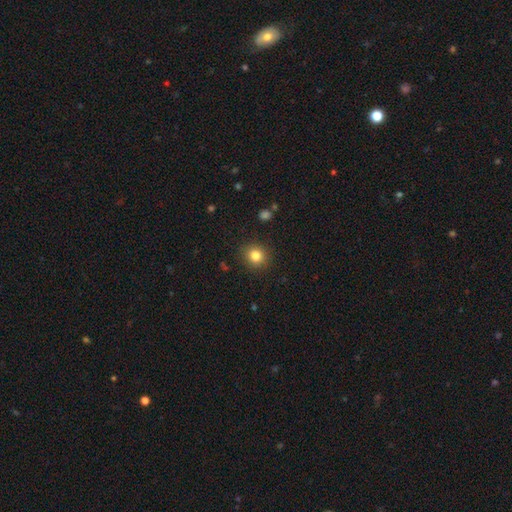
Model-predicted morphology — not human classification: type=smooth (82%); roundness=round (88%); merging=none (90%).